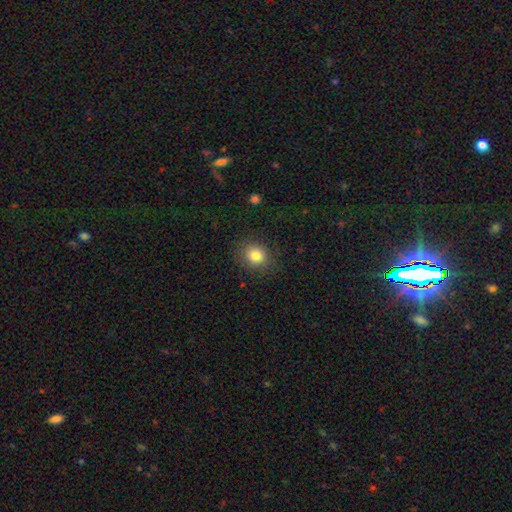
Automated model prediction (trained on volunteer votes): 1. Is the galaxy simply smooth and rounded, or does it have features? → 81% smooth, 11% star or artifact, 8% featured or disk.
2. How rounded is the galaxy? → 73% round, 26% in between, 1% cigar-shaped.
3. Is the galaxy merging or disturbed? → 86% none, 10% minor disturbance, 3% major disturbance, 1% merger.